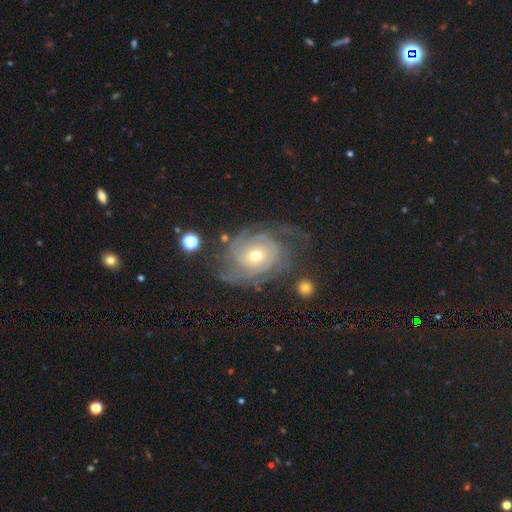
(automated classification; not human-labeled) A featured or disk galaxy (84%) with no bar (75%), tight (63%) spiral arms (93%) and a moderate central bulge (54%). Merging: none (60%).